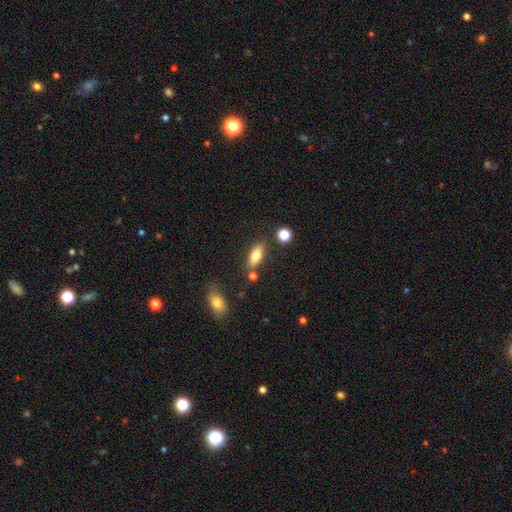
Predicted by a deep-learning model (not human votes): smooth 75%, featured or disk 18%, star or artifact 8%. Down the decision tree: how rounded — in between (79%); merging — none (76%).